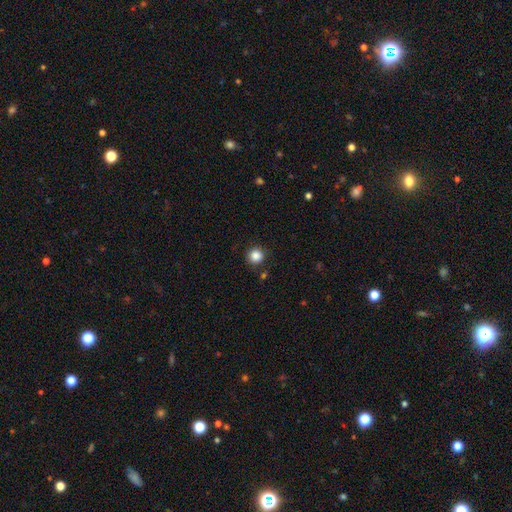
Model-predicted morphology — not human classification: Q: Smooth or featured?
A: smooth (86%); runner-up: star or artifact (11%)
Q: How rounded?
A: round (93%); runner-up: in between (6%)
Q: Merging?
A: none (88%); runner-up: minor disturbance (7%)